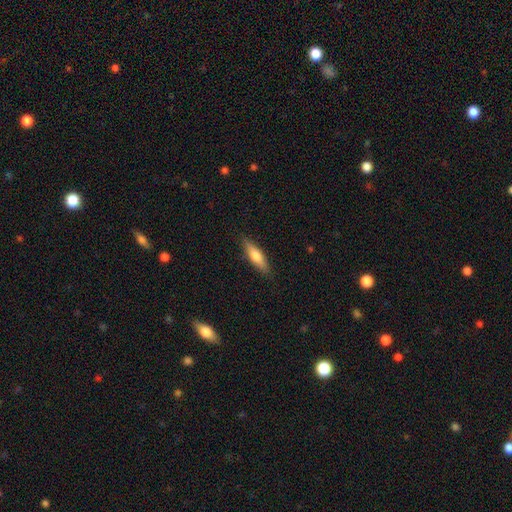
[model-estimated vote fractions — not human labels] The model was most divided on "how rounded": cigar-shaped: 63%, in between: 35%, round: 2%. More confident: merging — none (87%); smooth or featured — smooth (66%).